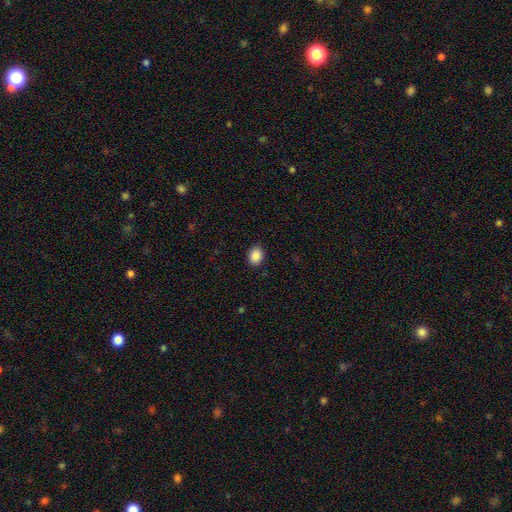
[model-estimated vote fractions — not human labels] Smooth or featured?
  - smooth: 89% *
  - star or artifact: 8%
  - featured or disk: 3%
How rounded?
  - in between: 58% *
  - round: 41%
  - cigar-shaped: 1%
Merging?
  - none: 90% *
  - minor disturbance: 7%
  - major disturbance: 2%
  - merger: 1%